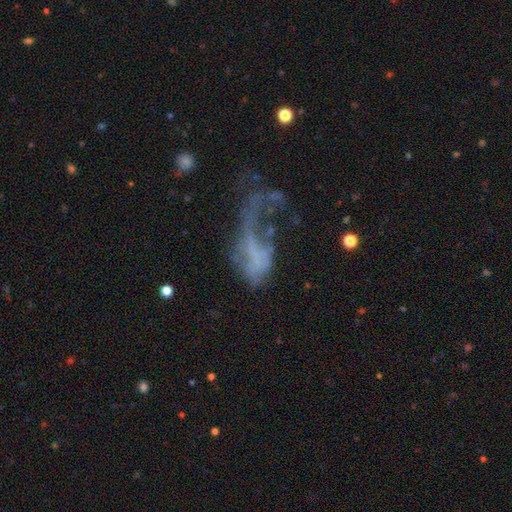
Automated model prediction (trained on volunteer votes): This is possibly a featured or disk galaxy (56%). It is clearly not viewed edge-on (95%). Bar: clearly no (84%). Spiral arm pattern: likely no (79%). Central bulge: clearly none (81%). Merging: likely major disturbance (64%).